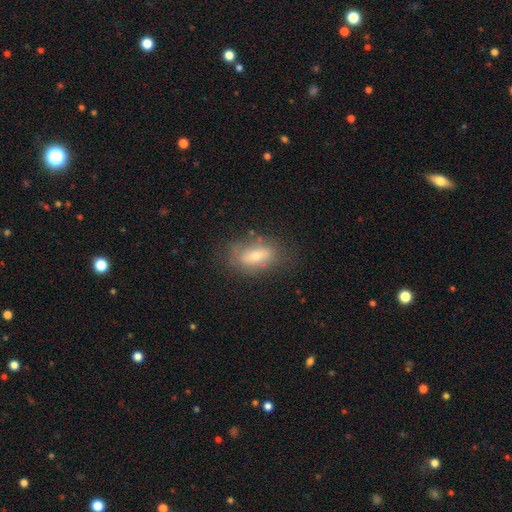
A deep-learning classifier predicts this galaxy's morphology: This appears to be a smooth galaxy with no disk features (58%) that is in between round and cigar-shaped (85%). Merging: none (71%).